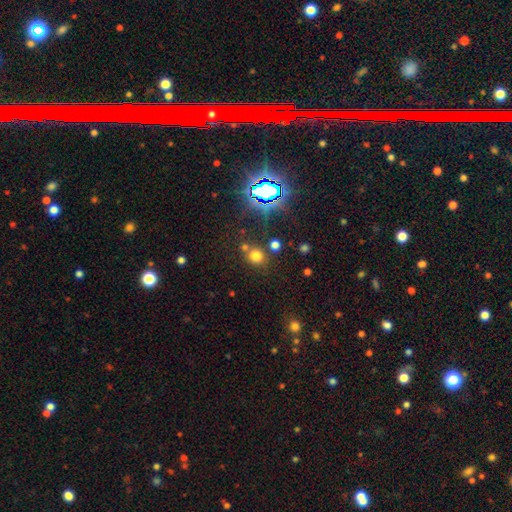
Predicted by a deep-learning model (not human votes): smooth 68%, star or artifact 25%, featured or disk 7%. Down the decision tree: how rounded — round (82%); merging — none (70%).